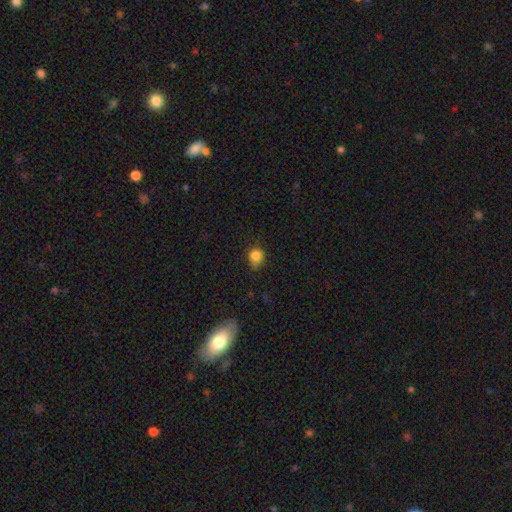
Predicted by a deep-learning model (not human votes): Smooth or featured: smooth — 83% (star or artifact — 12%)
How rounded: round — 75% (in between — 24%)
Merging: none — 64% (minor disturbance — 28%)